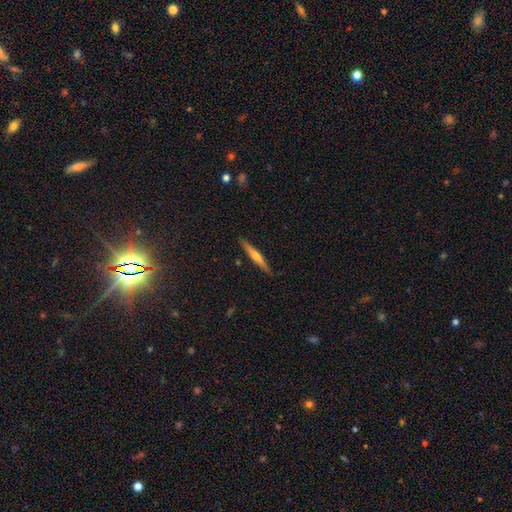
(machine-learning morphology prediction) smooth_or_featured: featured or disk (p=0.60) [alt: smooth p=0.33]
disk_edge_on: yes (p=0.97) [alt: no p=0.03]
edge_on_bulge: rounded (p=0.73) [alt: none p=0.20]
merging: none (p=0.90) [alt: minor disturbance p=0.08]